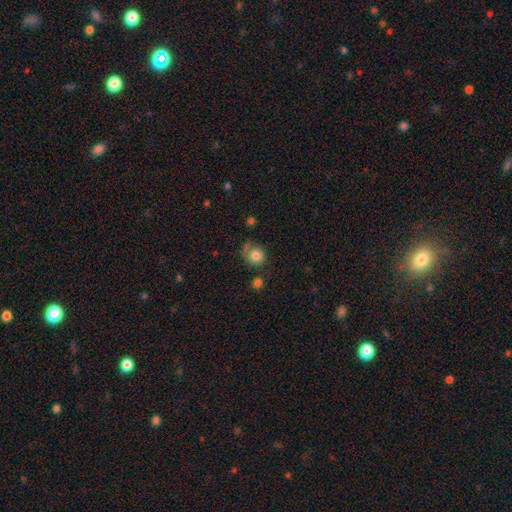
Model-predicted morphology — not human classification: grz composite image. It shows a smooth galaxy with no disk features (79%) that is round (85%). Merging: none (57%).